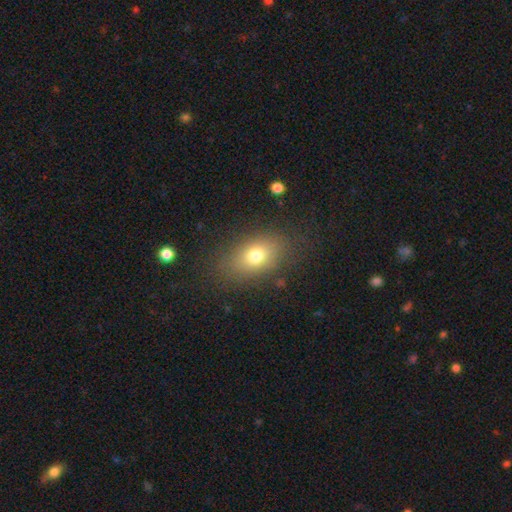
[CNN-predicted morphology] smooth_or_featured: smooth (p=0.74) [alt: featured or disk p=0.14]
how_rounded: in between (p=0.79) [alt: round p=0.18]
merging: none (p=0.81) [alt: minor disturbance p=0.12]